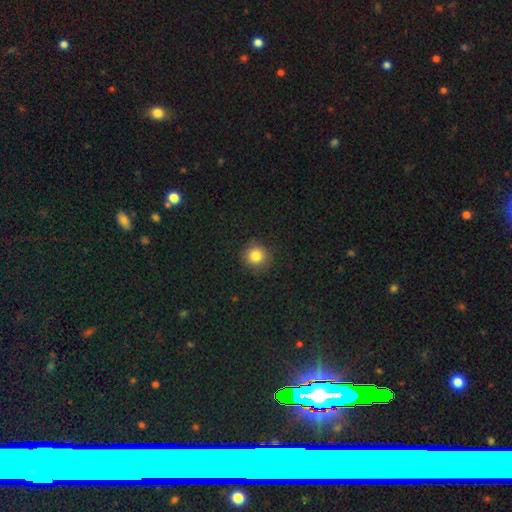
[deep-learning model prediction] Overall: smooth (83%). How rounded: round (92%). Merging: none (89%).